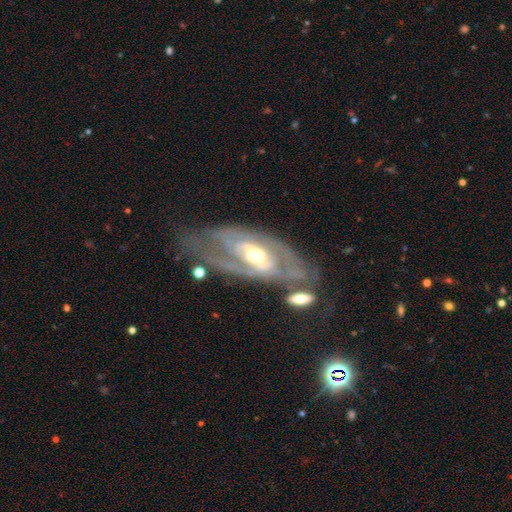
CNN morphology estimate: smooth-or-featured: featured or disk: 84% | smooth: 11% | star or artifact: 5%
  disk-edge-on: no: 90% | yes: 10%
    bar: no: 40% | weak: 36% | strong: 23%
    has-spiral-arms: yes: 80% | no: 20%
      spiral-winding: tight: 54% | medium: 33% | loose: 12%
      spiral-arm-count: 2: 45% | can't tell: 37% | 3: 7% | 1: 6% | 4: 3% | more than 4: 2%
    bulge-size: moderate: 65% | small: 25% | large: 7% | dominant: 1% | none: 1%
  merging: none: 51% | minor disturbance: 21% | major disturbance: 18% | merger: 10%